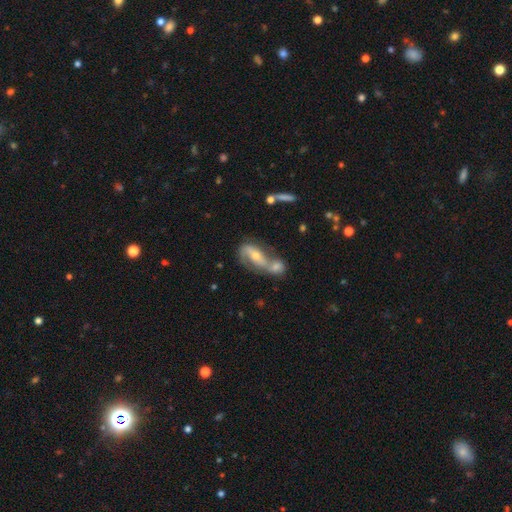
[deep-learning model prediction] Overall: featured or disk (71%). Edge-on disk: no (90%). Bar: no (39%; weak 35%). Spiral arms: yes (84%). Spiral arm count: 2 (78%). Spiral winding: loose (43%; medium 38%). Bulge size: moderate (55%; small 39%). Merging: merger (55%; none 28%).